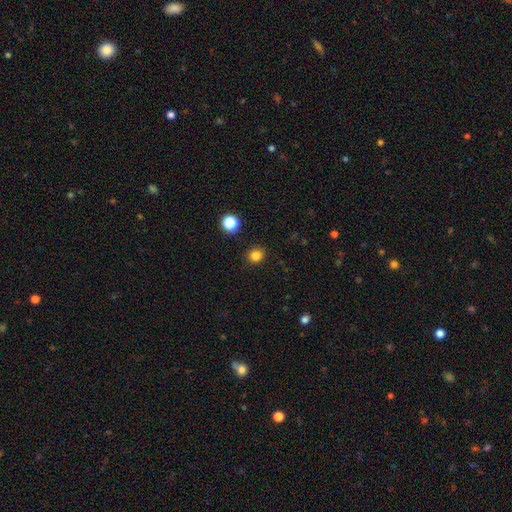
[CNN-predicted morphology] Overall: smooth (83%). How rounded: round (87%). Merging: none (90%).